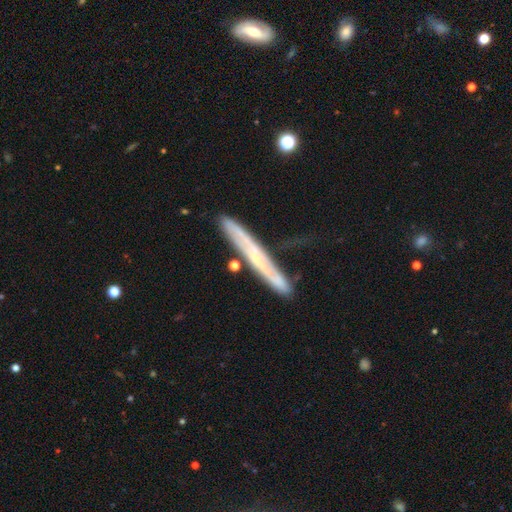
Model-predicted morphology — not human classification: A featured or disk galaxy (61%) viewed edge-on (81%). Merging: none (65%).